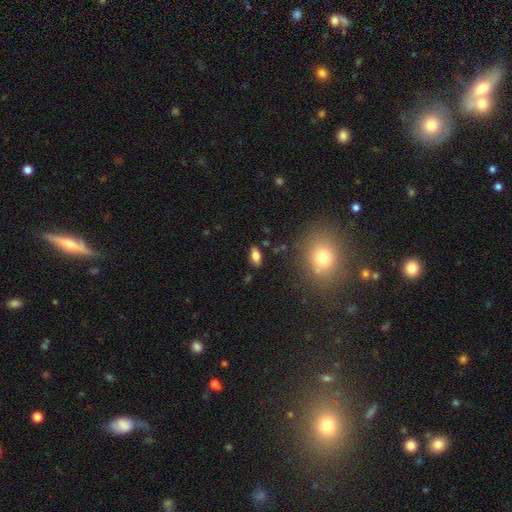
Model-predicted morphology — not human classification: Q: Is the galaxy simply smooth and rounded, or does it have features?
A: smooth — 78%.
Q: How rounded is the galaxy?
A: in between — 89%.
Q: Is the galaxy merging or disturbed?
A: none — 83%.